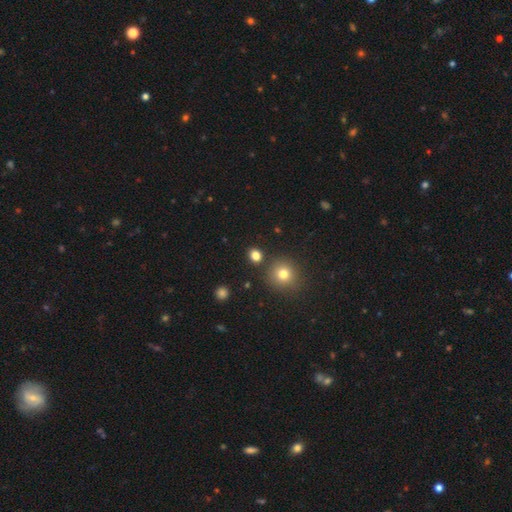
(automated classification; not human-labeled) A smooth galaxy with no disk features (80%) that is round (76%). Merging: none (86%).